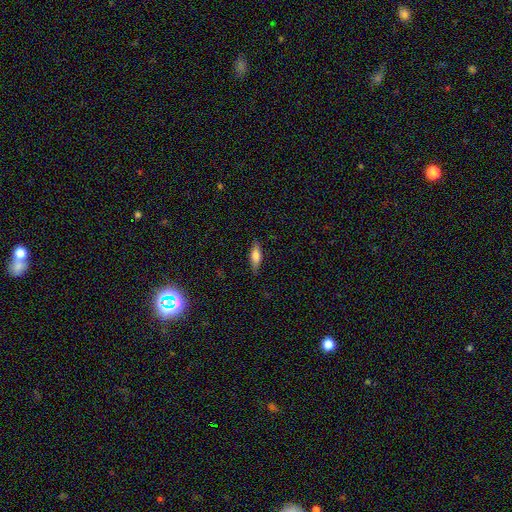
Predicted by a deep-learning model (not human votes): smooth 74%, featured or disk 19%, star or artifact 7%. Down the decision tree: how rounded — in between (62%); merging — none (82%).